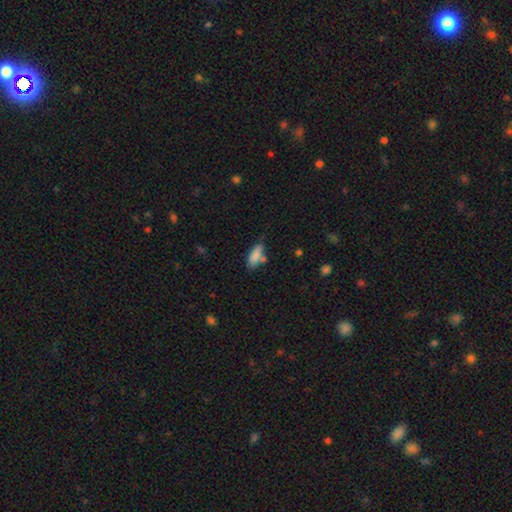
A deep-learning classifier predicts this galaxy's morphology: type=smooth (84%); roundness=in between (72%); merging=none (60%).